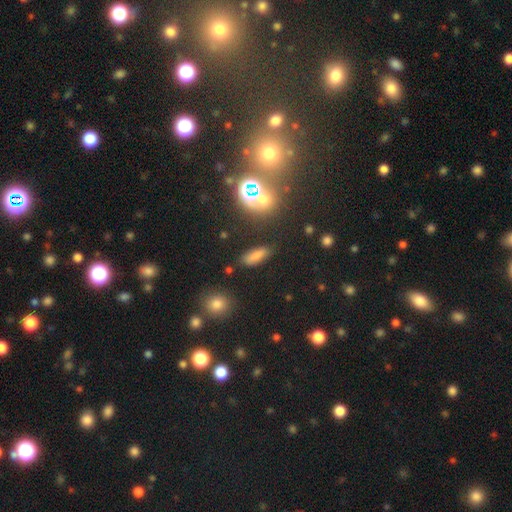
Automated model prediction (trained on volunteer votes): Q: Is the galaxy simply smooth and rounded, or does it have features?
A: smooth — 75%.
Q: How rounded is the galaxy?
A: in between — 62%.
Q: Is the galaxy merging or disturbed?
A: none — 81%.